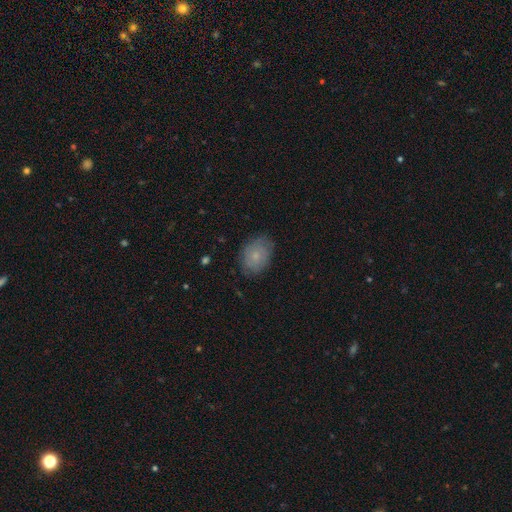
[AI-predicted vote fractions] Smooth or featured: smooth — 73% (featured or disk — 19%)
How rounded: in between — 74% (round — 25%)
Merging: none — 77% (minor disturbance — 18%)